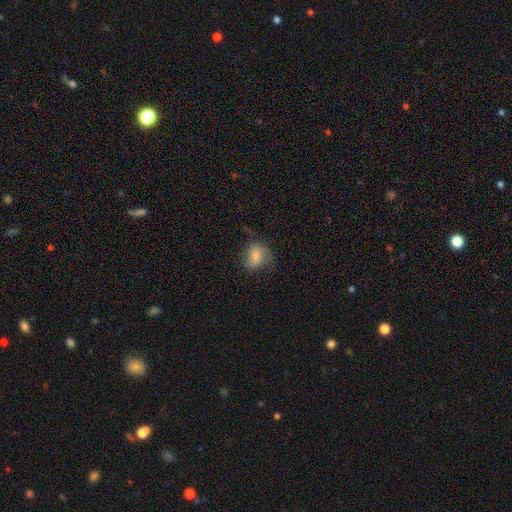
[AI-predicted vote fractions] Morphology: type=smooth (72%); roundness=round (51%); merging=none (59%).